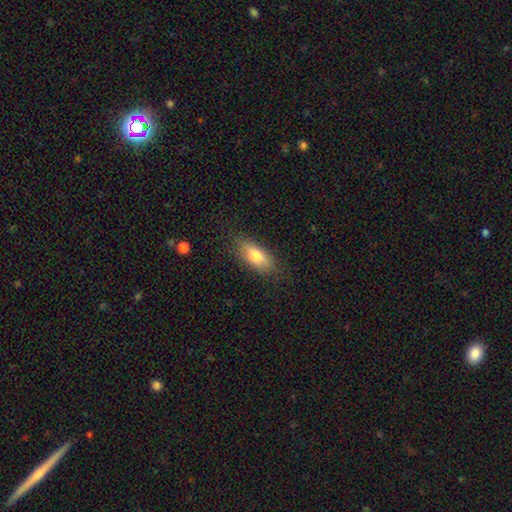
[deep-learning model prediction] A smooth galaxy with no disk features (75%) that is in between round and cigar-shaped (80%). Merging: none (78%).